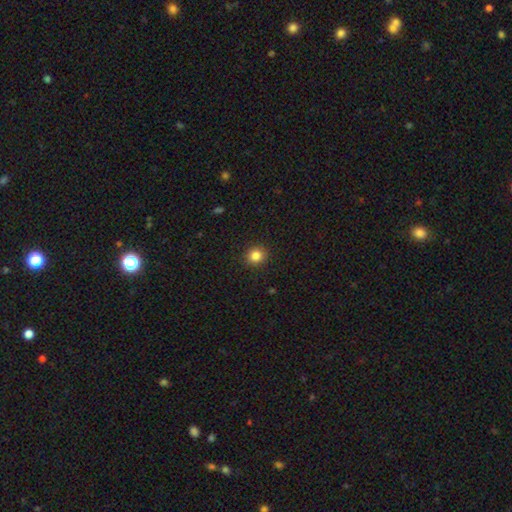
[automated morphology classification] Q: Smooth or featured?
A: smooth (84%); runner-up: star or artifact (11%)
Q: How rounded?
A: round (88%); runner-up: in between (11%)
Q: Merging?
A: none (92%); runner-up: minor disturbance (5%)